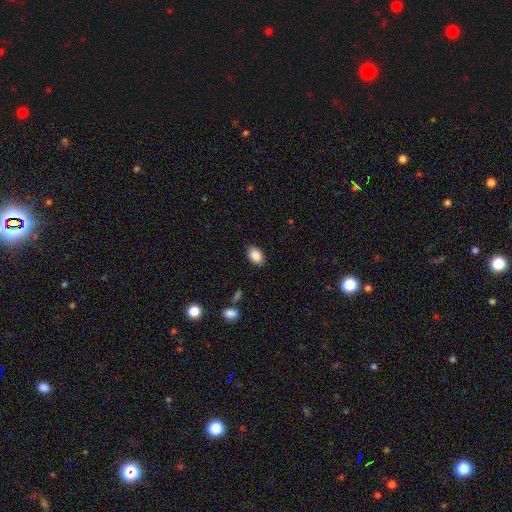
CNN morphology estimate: smooth 89%, star or artifact 7%, featured or disk 4%. Down the decision tree: how rounded — in between (87%); merging — none (87%).